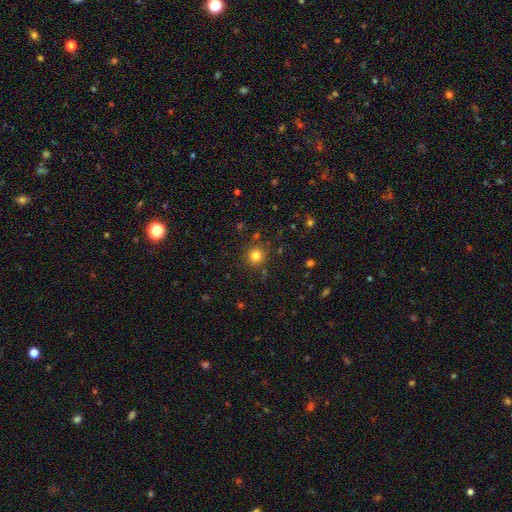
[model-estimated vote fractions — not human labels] smooth-or-featured: smooth: 80% | star or artifact: 14% | featured or disk: 6%
  how-rounded: round: 93% | in between: 6% | cigar-shaped: 1%
  merging: none: 87% | minor disturbance: 8% | merger: 3% | major disturbance: 3%